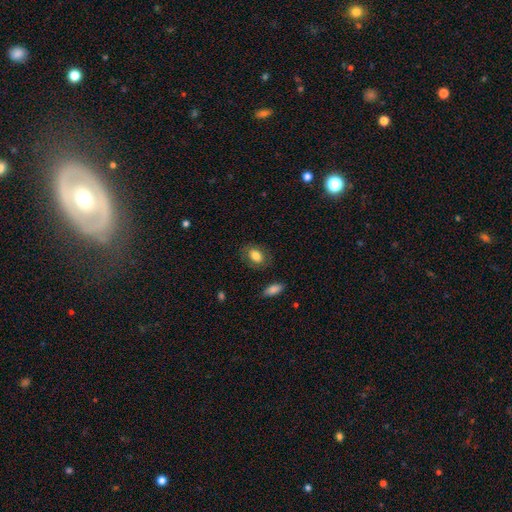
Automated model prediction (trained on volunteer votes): Smooth or featured: smooth — 77% (featured or disk — 15%)
How rounded: in between — 74% (round — 24%)
Merging: none — 81% (minor disturbance — 12%)